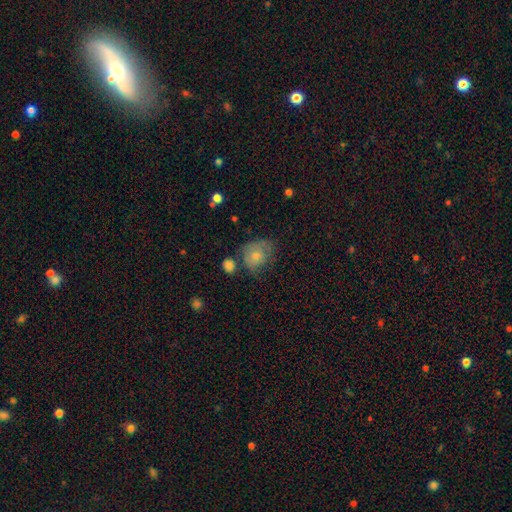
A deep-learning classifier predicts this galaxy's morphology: smooth-or-featured: smooth: 67% | featured or disk: 24% | star or artifact: 9%
  how-rounded: round: 65% | in between: 34% | cigar-shaped: 1%
  merging: none: 42% | minor disturbance: 31% | major disturbance: 19% | merger: 8%